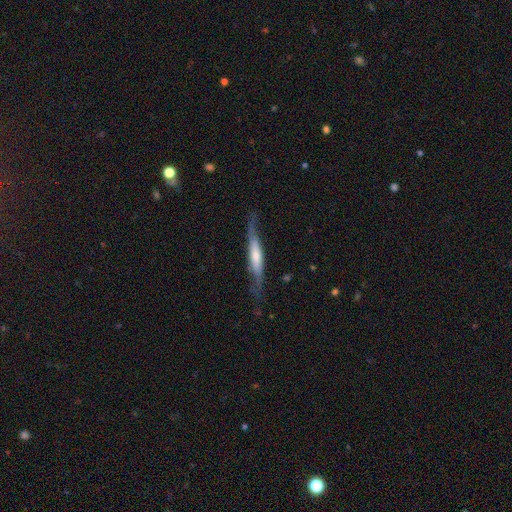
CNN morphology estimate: Q: Smooth or featured?
A: featured or disk (57%); runner-up: smooth (38%)
Q: Edge-on disk?
A: yes (79%); runner-up: no (21%)
Q: Merging?
A: none (67%); runner-up: minor disturbance (22%)